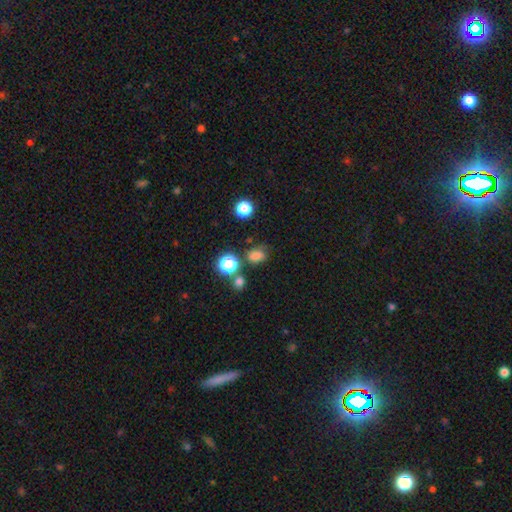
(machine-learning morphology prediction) A smooth galaxy with no disk features (72%) that is in between round and cigar-shaped (57%). Merging: none (61%).